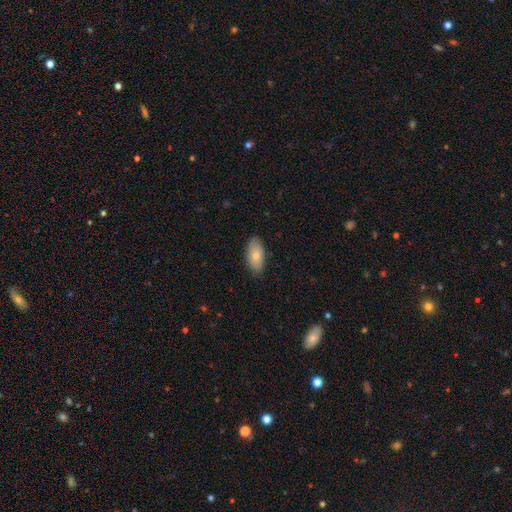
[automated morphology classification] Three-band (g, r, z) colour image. It shows a smooth galaxy with no disk features (78%) that is in between round and cigar-shaped (92%). Merging: none (84%).